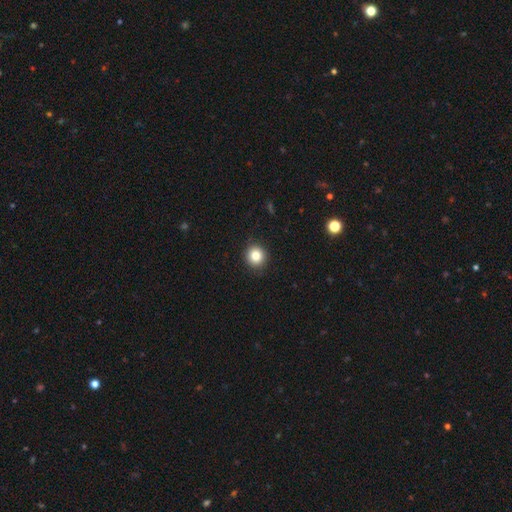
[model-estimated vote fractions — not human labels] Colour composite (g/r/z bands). It shows a smooth galaxy with no disk features (83%) that is round (91%). Merging: none (91%).